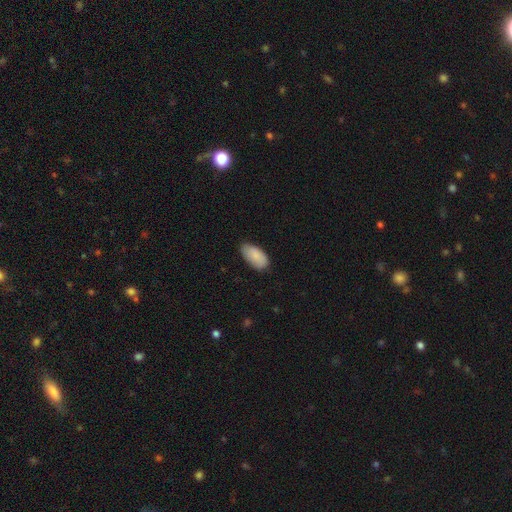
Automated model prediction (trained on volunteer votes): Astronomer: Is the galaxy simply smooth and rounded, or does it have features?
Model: smooth — 88%.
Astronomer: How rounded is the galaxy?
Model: in between — 94%.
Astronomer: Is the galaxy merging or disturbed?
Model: none — 72%.